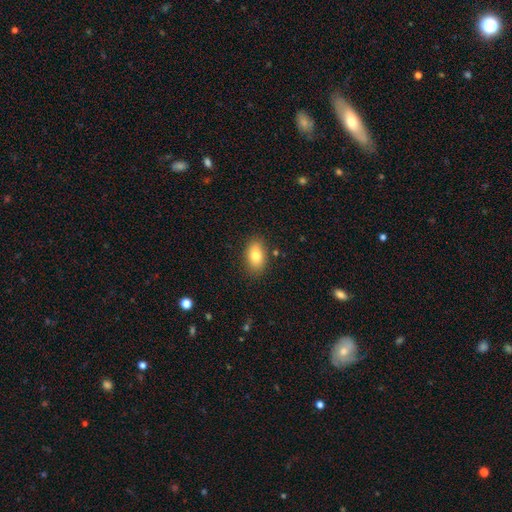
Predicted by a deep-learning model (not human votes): smooth-or-featured: smooth: 81% | featured or disk: 11% | star or artifact: 8%
  how-rounded: in between: 87% | round: 11% | cigar-shaped: 2%
  merging: none: 84% | minor disturbance: 11% | major disturbance: 3% | merger: 2%